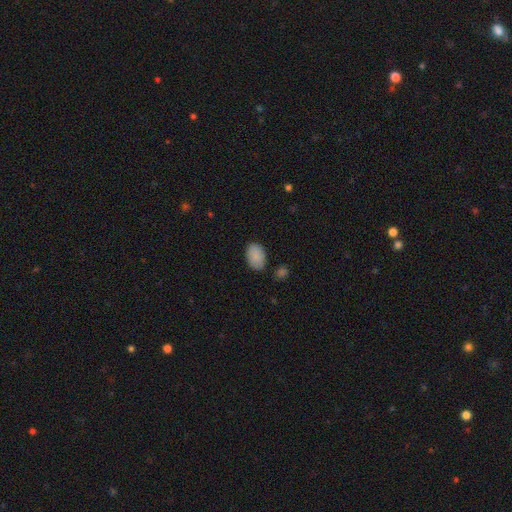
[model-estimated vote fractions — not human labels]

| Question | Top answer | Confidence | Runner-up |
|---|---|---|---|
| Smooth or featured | smooth | 88% | star or artifact (6%) |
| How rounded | in between | 90% | round (9%) |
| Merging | none | 79% | minor disturbance (14%) |